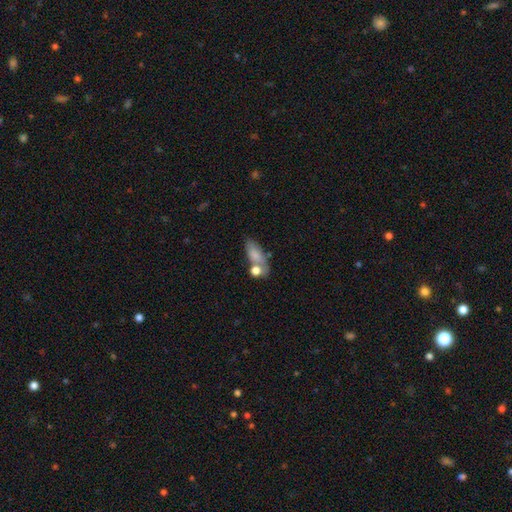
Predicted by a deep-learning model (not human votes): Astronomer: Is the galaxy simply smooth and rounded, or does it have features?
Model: smooth — 75%.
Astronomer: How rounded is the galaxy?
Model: in between — 79%.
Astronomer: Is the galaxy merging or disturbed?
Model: none — 43% (runner-up: merger, 28%).